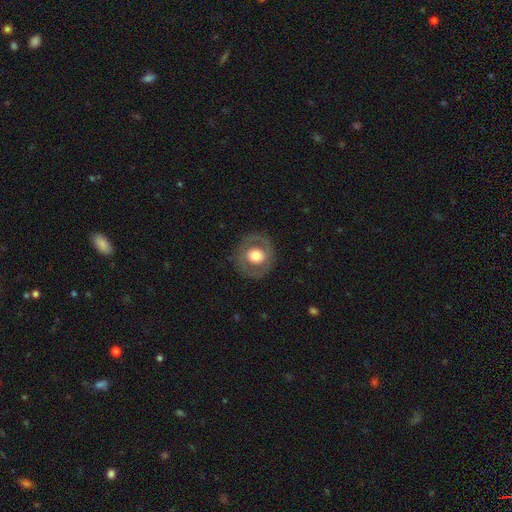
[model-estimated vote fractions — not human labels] Smooth or featured: smooth — 50% (featured or disk — 43%)
Merging: none — 82% (minor disturbance — 11%)